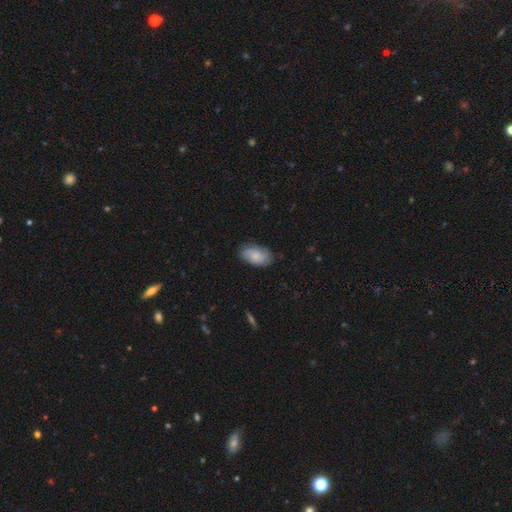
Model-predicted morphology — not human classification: Smooth or featured: smooth — 74% (featured or disk — 19%)
How rounded: in between — 93% (round — 5%)
Merging: none — 78% (minor disturbance — 17%)